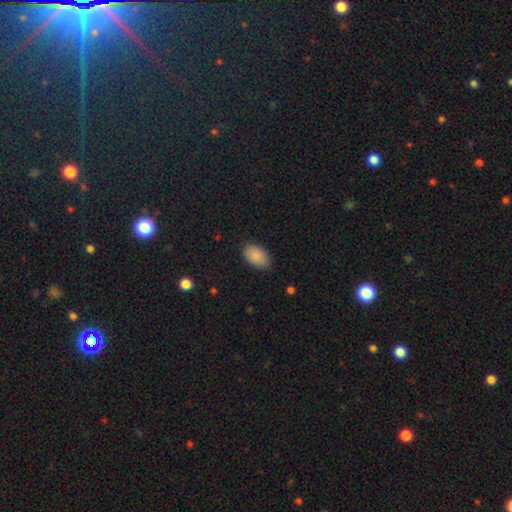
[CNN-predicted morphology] A smooth galaxy with no disk features (89%) that is in between round and cigar-shaped (92%). Merging: none (85%).